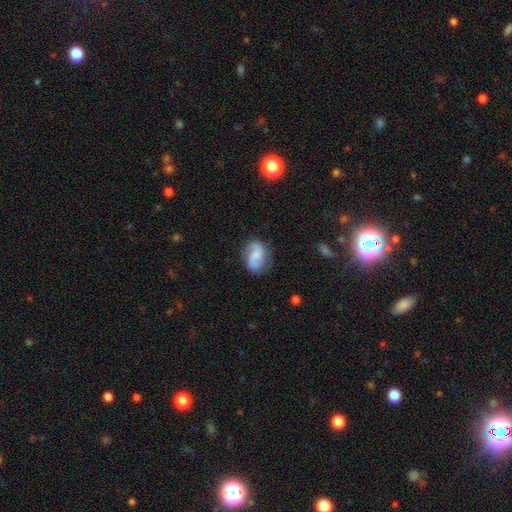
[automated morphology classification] Smooth or featured?
  - featured or disk: 61% *
  - smooth: 31%
  - star or artifact: 8%
Edge-on disk?
  - no: 97% *
  - yes: 3%
Bar?
  - no: 45% *
  - weak: 41%
  - strong: 13%
Spiral arms?
  - yes: 92% *
  - no: 8%
Spiral winding?
  - loose: 45% *
  - medium: 40%
  - tight: 16%
Spiral arm count?
  - 2: 87% *
  - can't tell: 5%
  - 1: 5%
  - 3: 1%
  - 4: 1%
  - more than 4: 1%
Bulge size?
  - none: 33% * (tied)
  - small: 33% * (tied)
  - moderate: 26%
  - large: 7%
  - dominant: 2%
Merging?
  - none: 74% *
  - minor disturbance: 18%
  - major disturbance: 6%
  - merger: 2%